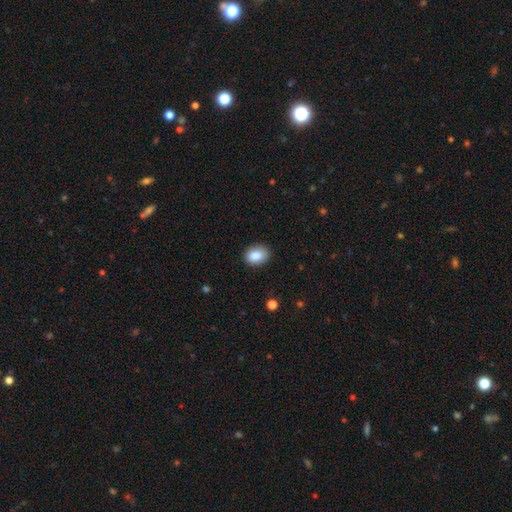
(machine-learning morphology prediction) This is clearly a smooth galaxy (86%). How rounded: likely in between (72%). Merging: clearly none (84%).